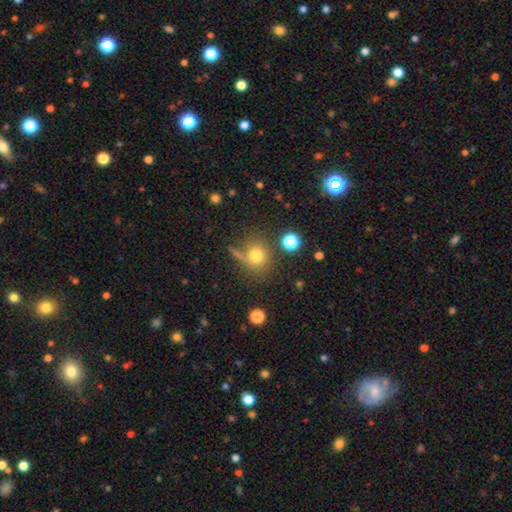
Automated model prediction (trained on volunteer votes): Morphology: type=smooth (74%); roundness=round (82%); merging=none (66%).